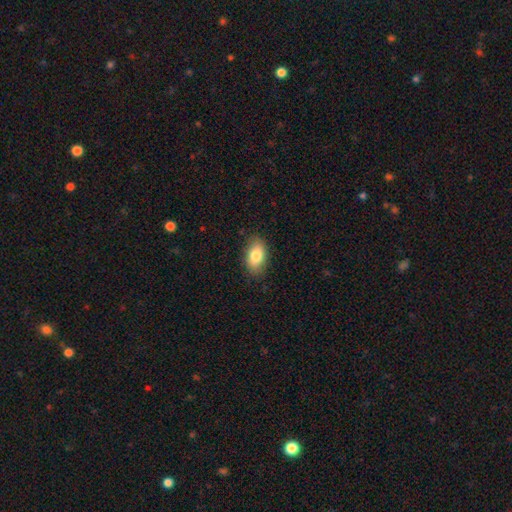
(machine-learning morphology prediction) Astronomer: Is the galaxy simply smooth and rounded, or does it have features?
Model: smooth — 82%.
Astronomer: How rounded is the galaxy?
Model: in between — 91%.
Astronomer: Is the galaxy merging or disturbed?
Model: none — 84%.